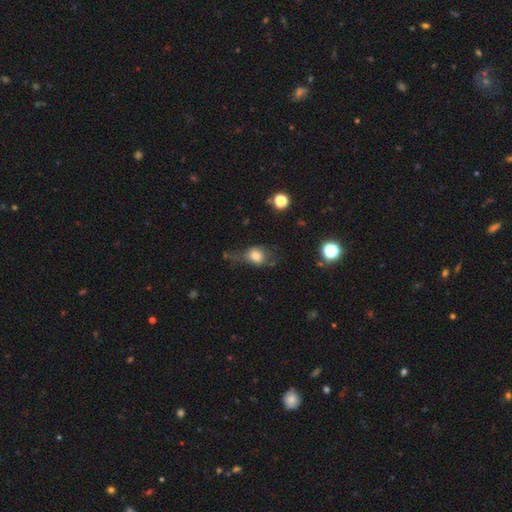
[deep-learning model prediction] smooth-or-featured: smooth: 72% | featured or disk: 18% | star or artifact: 11%
  how-rounded: round: 49% (tied) | in between: 49% (tied) | cigar-shaped: 2%
  merging: none: 37% | minor disturbance: 31% | major disturbance: 27% | merger: 5%